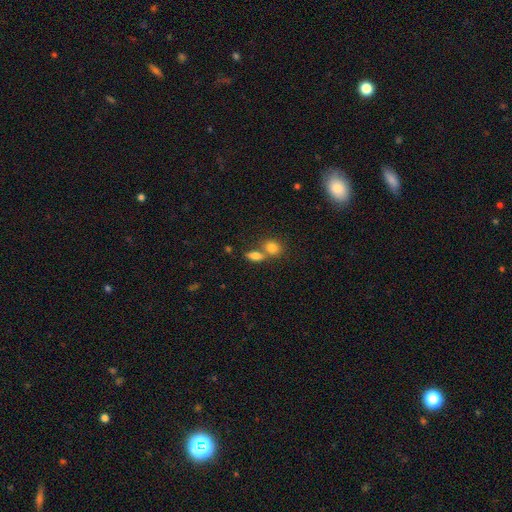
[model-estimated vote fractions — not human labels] smooth-or-featured: smooth: 78% | featured or disk: 12% | star or artifact: 10%
  how-rounded: in between: 77% | round: 13% | cigar-shaped: 10%
  merging: merger: 45% | none: 43% | minor disturbance: 9% | major disturbance: 3%